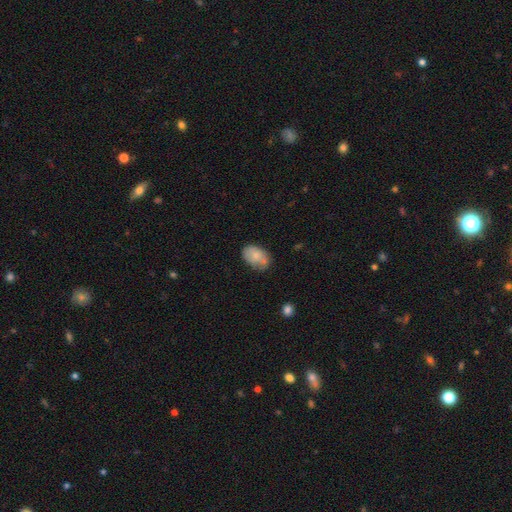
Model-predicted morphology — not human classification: smooth_or_featured: smooth (p=0.74) [alt: featured or disk p=0.18]
how_rounded: in between (p=0.87) [alt: round p=0.12]
merging: none (p=0.57) [alt: minor disturbance p=0.28]